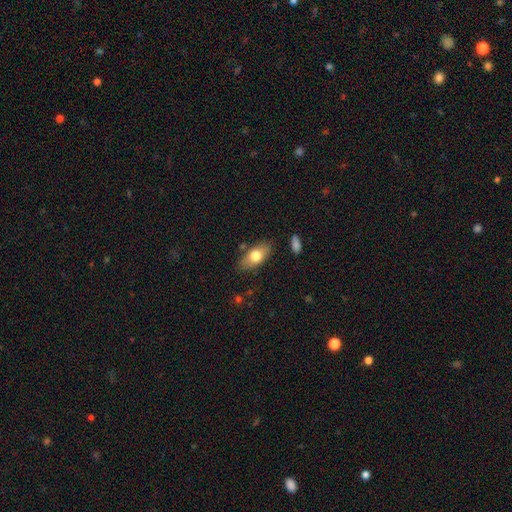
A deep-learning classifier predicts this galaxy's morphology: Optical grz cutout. It shows a smooth galaxy with no disk features (72%) that is in between round and cigar-shaped (86%). Merging: none (81%).